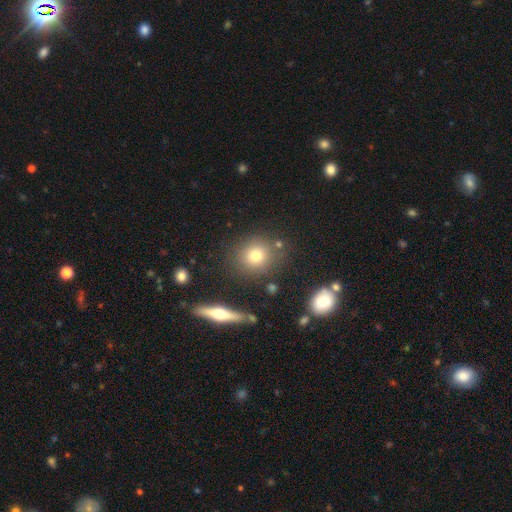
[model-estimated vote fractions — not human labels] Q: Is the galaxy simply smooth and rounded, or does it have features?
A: smooth — 74%.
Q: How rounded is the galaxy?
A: round — 86%.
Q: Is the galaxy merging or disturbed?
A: none — 81%.